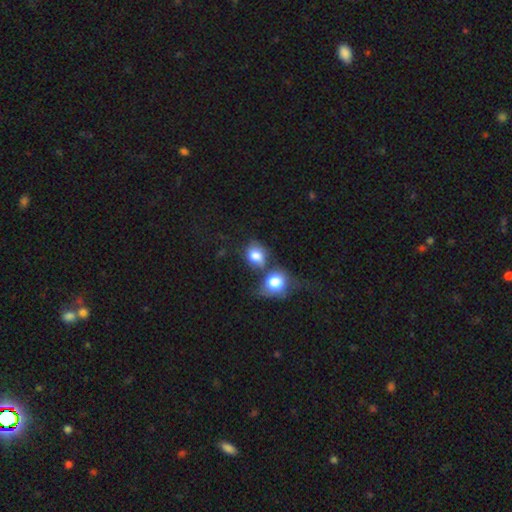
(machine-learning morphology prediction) Smooth or featured? Predicted: smooth (p=0.76). How rounded? Predicted: round (p=0.53). Merging? Predicted: merger (p=0.48).